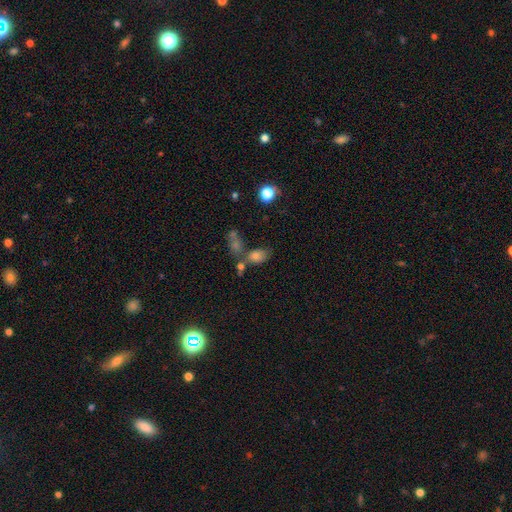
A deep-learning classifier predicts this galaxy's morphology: smooth-or-featured: smooth: 72% | star or artifact: 18% | featured or disk: 11%
  how-rounded: in between: 77% | round: 20% | cigar-shaped: 3%
  merging: none: 46% | merger: 32% | minor disturbance: 14% | major disturbance: 8%